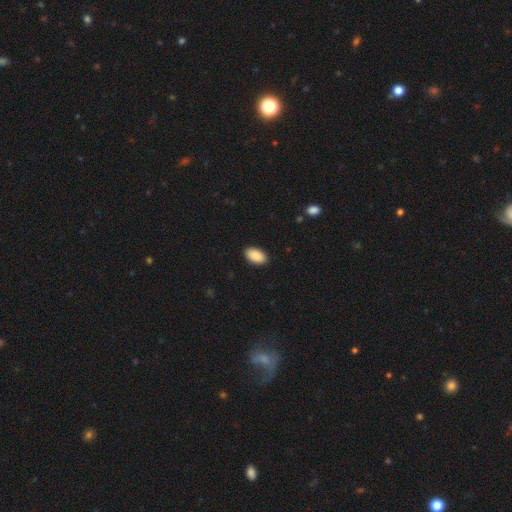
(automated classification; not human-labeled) smooth_or_featured: smooth (p=0.89) [alt: star or artifact p=0.07]
how_rounded: in between (p=0.94) [alt: round p=0.04]
merging: none (p=0.90) [alt: minor disturbance p=0.07]